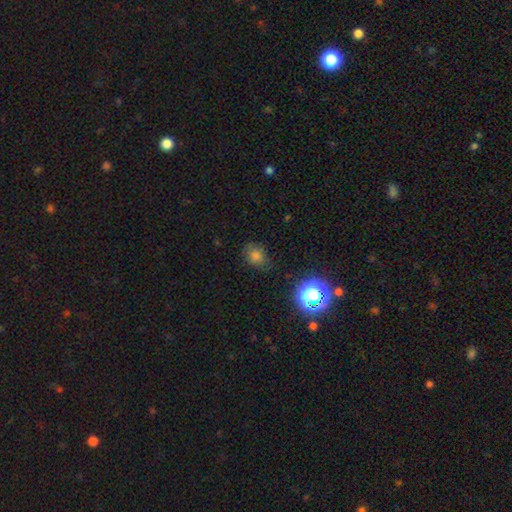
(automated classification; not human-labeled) Smooth or featured?
  - smooth: 71% *
  - star or artifact: 20%
  - featured or disk: 8%
How rounded?
  - round: 53% *
  - in between: 45%
  - cigar-shaped: 1%
Merging?
  - none: 71% *
  - minor disturbance: 20%
  - major disturbance: 6%
  - merger: 2%